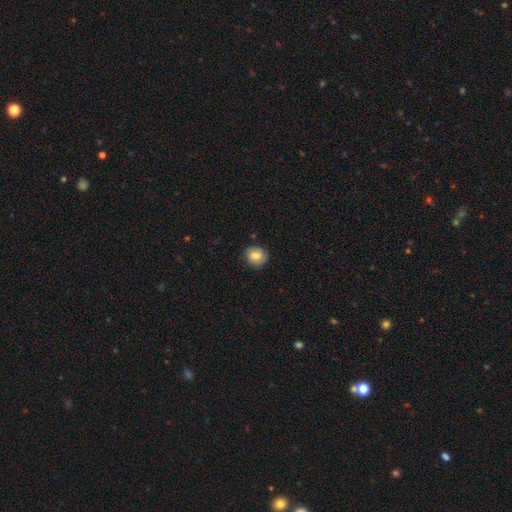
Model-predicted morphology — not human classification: This appears to be a smooth galaxy with no disk features (73%) that is round (78%). Merging: none (80%).